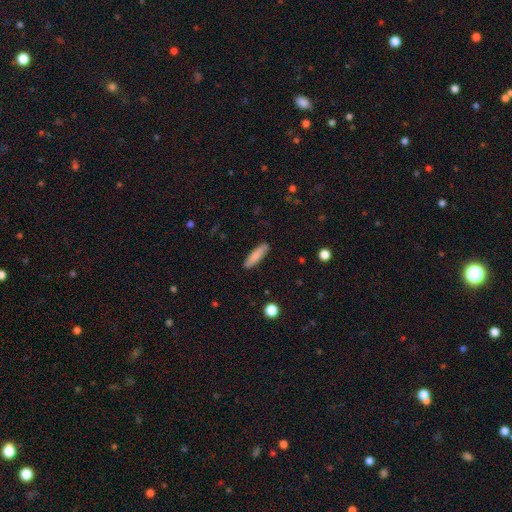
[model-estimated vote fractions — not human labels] smooth-or-featured: smooth: 83% | featured or disk: 11% | star or artifact: 6%
  how-rounded: cigar-shaped: 71% | in between: 28% | round: 2%
  merging: none: 87% | minor disturbance: 9% | major disturbance: 2% | merger: 1%